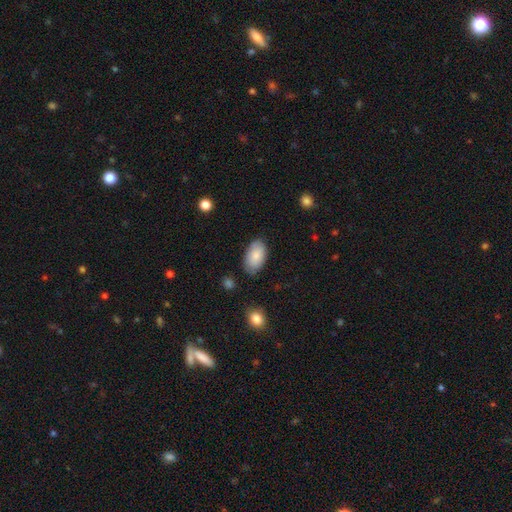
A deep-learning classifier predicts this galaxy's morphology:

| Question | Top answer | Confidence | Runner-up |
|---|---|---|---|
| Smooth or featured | smooth | 84% | featured or disk (10%) |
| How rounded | in between | 95% | round (4%) |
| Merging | none | 81% | minor disturbance (15%) |